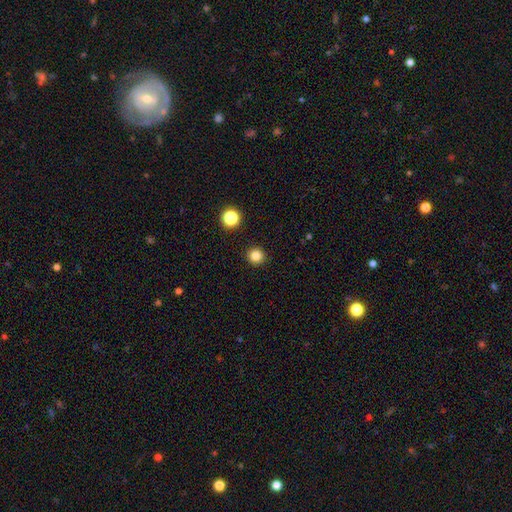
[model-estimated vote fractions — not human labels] A smooth galaxy with no disk features (83%) that is round (94%).

Vote fractions:
- Smooth or featured? smooth: 83% / star or artifact: 13% / featured or disk: 5%
- How rounded? round: 94% / in between: 5% / cigar-shaped: 1%
- Merging? none: 92% / minor disturbance: 4% / major disturbance: 2% / merger: 1%